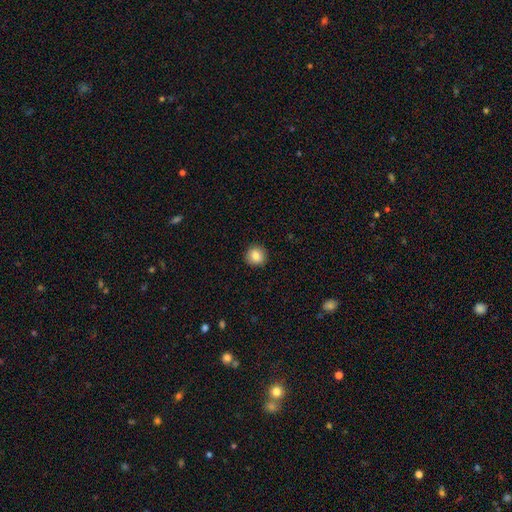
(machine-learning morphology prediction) smooth_or_featured: smooth (p=0.84) [alt: star or artifact p=0.09]
how_rounded: round (p=0.91) [alt: in between p=0.08]
merging: none (p=0.91) [alt: minor disturbance p=0.06]